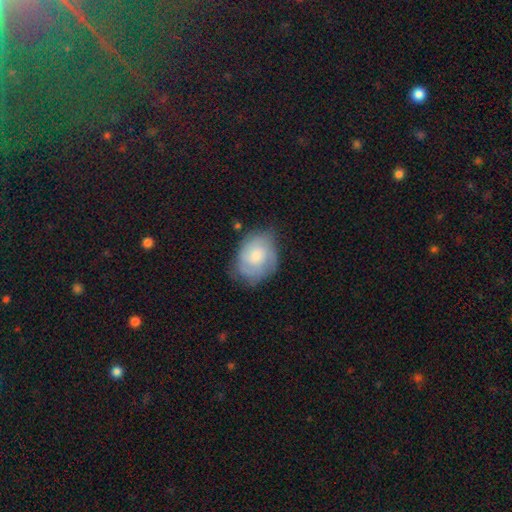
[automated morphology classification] Smooth or featured? Predicted: smooth (p=0.51). How rounded? Predicted: in between (p=0.62). Merging? Predicted: none (p=0.55).